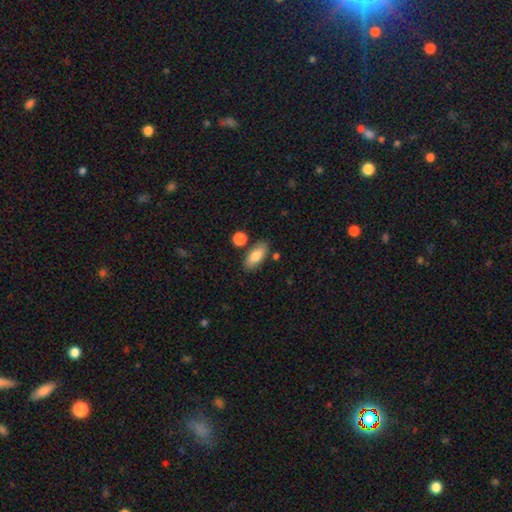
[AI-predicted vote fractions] Smooth or featured? Predicted: smooth (p=0.79). How rounded? Predicted: in between (p=0.84). Merging? Predicted: none (p=0.80).